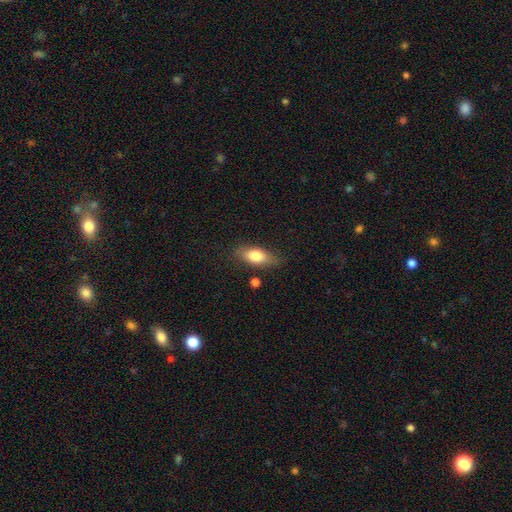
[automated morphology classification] A smooth galaxy with no disk features (76%) that is in between round and cigar-shaped (80%).

Vote fractions:
- Smooth or featured? smooth: 76% / featured or disk: 17% / star or artifact: 7%
- How rounded? in between: 80% / cigar-shaped: 15% / round: 5%
- Merging? none: 76% / minor disturbance: 17% / major disturbance: 4% / merger: 3%